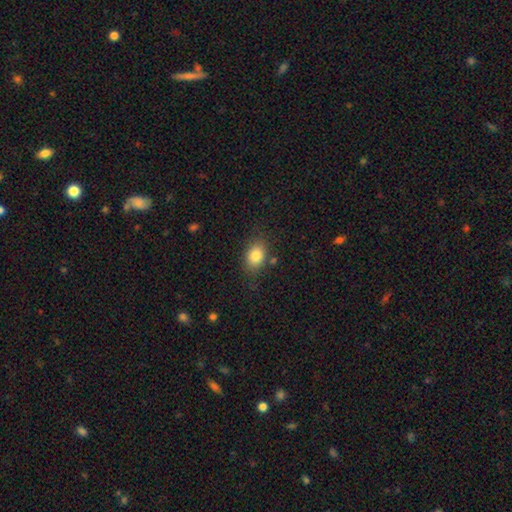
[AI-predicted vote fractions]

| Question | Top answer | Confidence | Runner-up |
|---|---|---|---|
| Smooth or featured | smooth | 82% | star or artifact (9%) |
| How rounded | in between | 73% | round (26%) |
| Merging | none | 79% | minor disturbance (13%) |